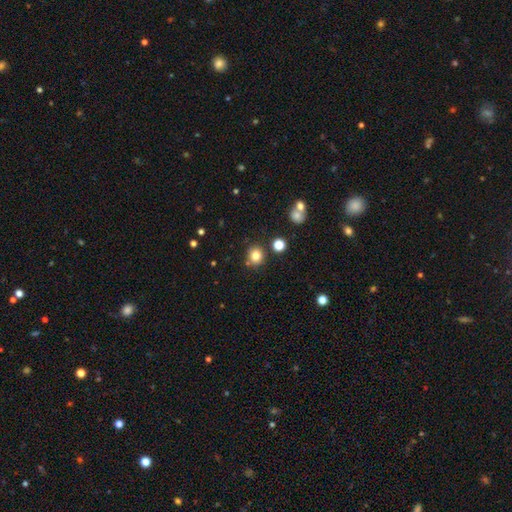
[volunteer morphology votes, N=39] Q: Smooth or featured?
A: smooth (87%); runner-up: star or artifact (8%)
Q: How rounded?
A: round (88%); runner-up: in between (12%)
Q: Merging?
A: none (92%); runner-up: minor disturbance (6%)